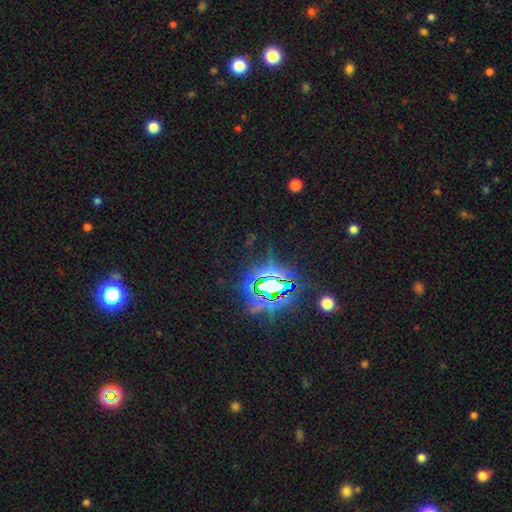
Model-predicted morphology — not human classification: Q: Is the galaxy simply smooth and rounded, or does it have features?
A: star or artifact — 84%.